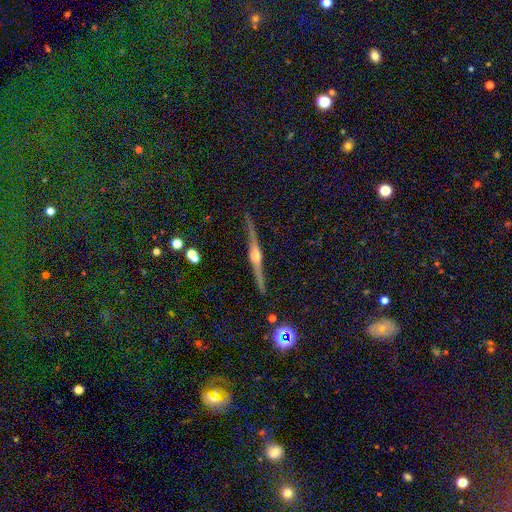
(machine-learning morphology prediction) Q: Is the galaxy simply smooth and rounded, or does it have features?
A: featured or disk — 86%.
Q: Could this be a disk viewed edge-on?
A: yes — 98%.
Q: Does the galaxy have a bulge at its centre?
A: rounded — 90%.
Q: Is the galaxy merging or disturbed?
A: none — 89%.